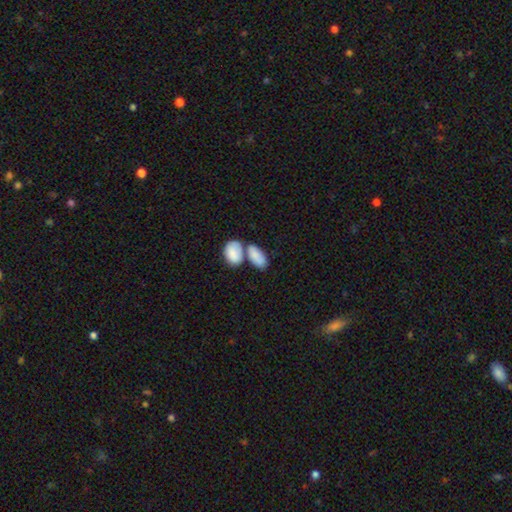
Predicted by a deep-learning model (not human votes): smooth 85%, featured or disk 9%, star or artifact 6%. Down the decision tree: how rounded — in between (93%); merging — merger (46%).